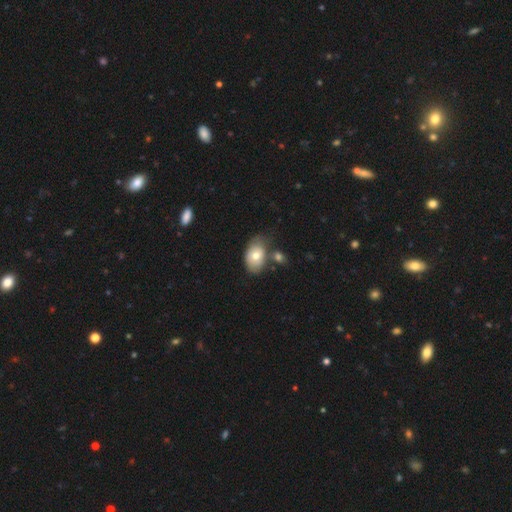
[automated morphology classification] Smooth or featured? Predicted: smooth (p=0.69). How rounded? Predicted: in between (p=0.86). Merging? Predicted: none (p=0.49).